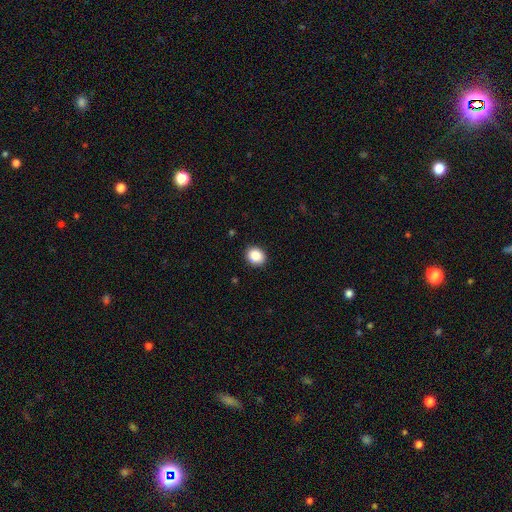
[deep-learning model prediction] Morphology: type=smooth (88%); roundness=round (65%); merging=none (90%).